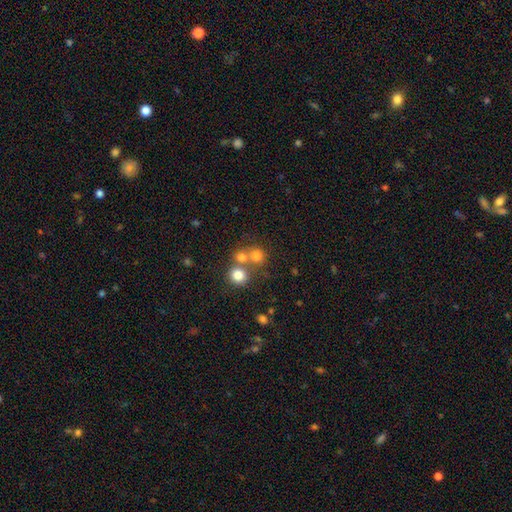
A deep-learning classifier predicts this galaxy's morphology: This appears to be a smooth galaxy with no disk features (72%) that is round (87%). Merging: none (51%).